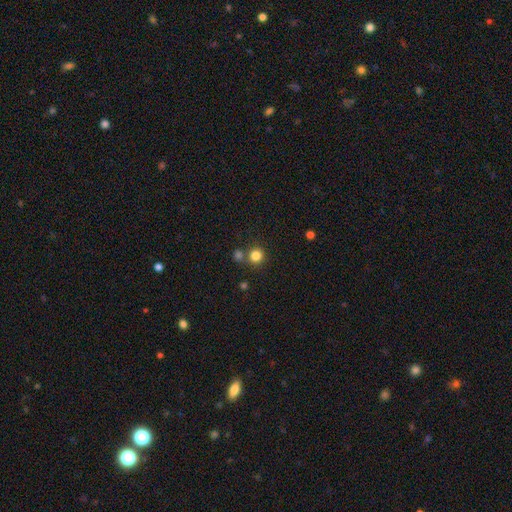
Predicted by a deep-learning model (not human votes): smooth 82%, star or artifact 13%, featured or disk 5%. Down the decision tree: how rounded — round (92%); merging — none (70%).